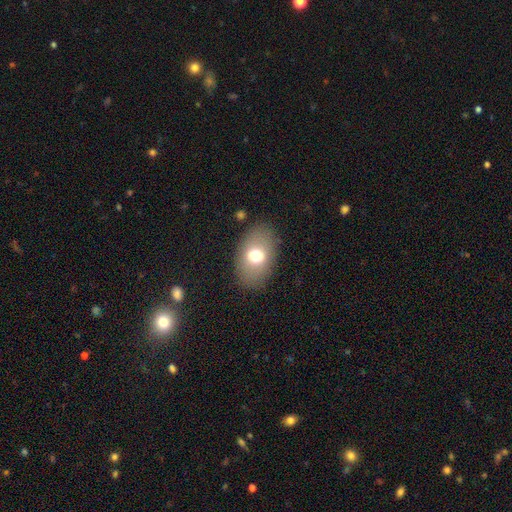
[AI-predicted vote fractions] This is likely a smooth galaxy (69%). How rounded: clearly in between (85%). Merging: clearly none (84%).